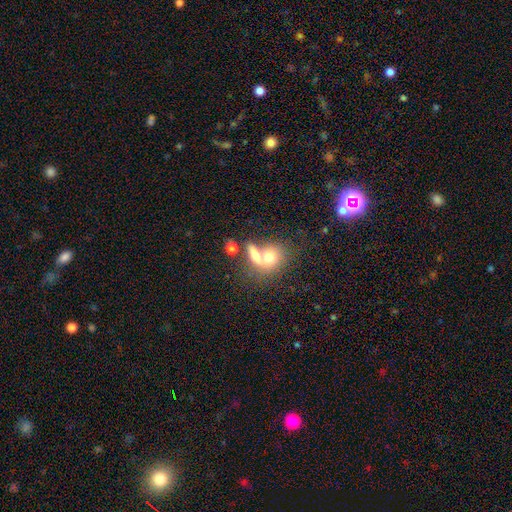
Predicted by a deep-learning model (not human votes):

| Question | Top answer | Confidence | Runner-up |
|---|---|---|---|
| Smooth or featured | smooth | 68% | featured or disk (22%) |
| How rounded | in between | 53% | round (37%) |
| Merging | merger | 57% | none (30%) |